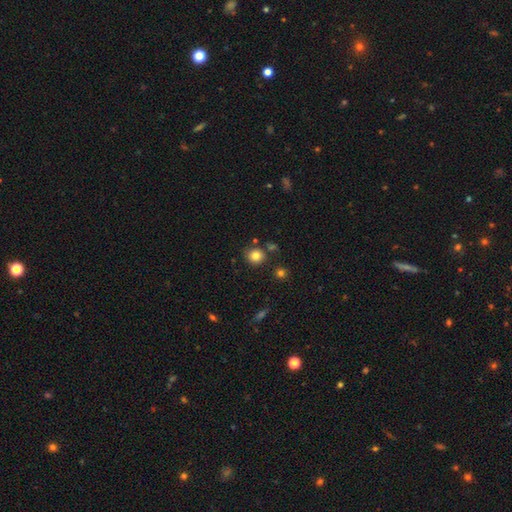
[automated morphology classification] Q: Smooth or featured?
A: smooth (82%); runner-up: star or artifact (12%)
Q: How rounded?
A: round (86%); runner-up: in between (13%)
Q: Merging?
A: none (81%); runner-up: minor disturbance (10%)